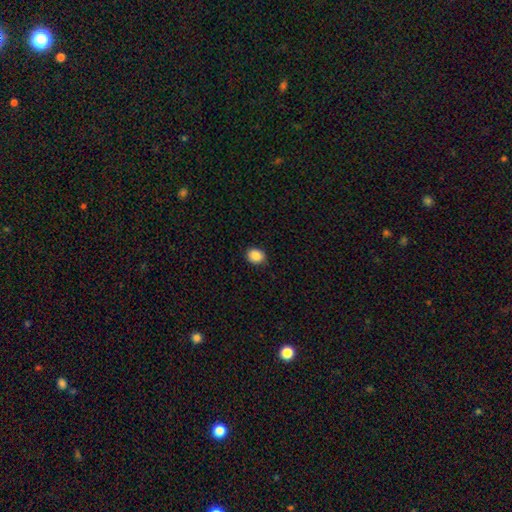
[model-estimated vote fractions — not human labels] smooth-or-featured: smooth: 88% | star or artifact: 9% | featured or disk: 3%
  how-rounded: round: 62% | in between: 37% | cigar-shaped: 1%
  merging: none: 89% | minor disturbance: 8% | major disturbance: 2% | merger: 1%